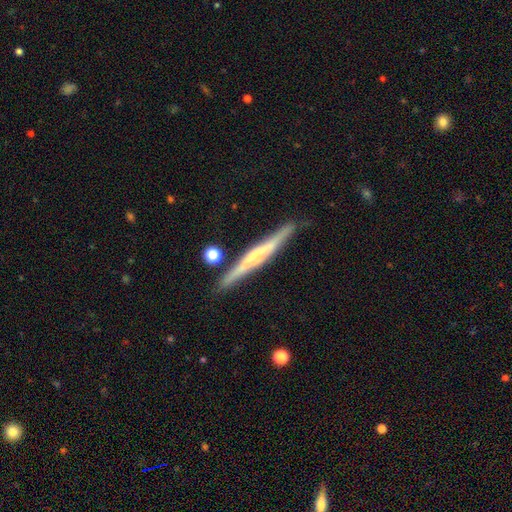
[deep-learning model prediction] A featured or disk galaxy (69%) viewed edge-on (97%) with a rounded central bulge (52%).

Vote fractions:
- Smooth or featured? featured or disk: 69% / smooth: 25% / star or artifact: 6%
- Edge-on disk? yes: 97% / no: 3%
- Edge-on bulge? rounded: 52% / none: 29% / boxy: 20%
- Merging? none: 86% / minor disturbance: 9% / merger: 3% / major disturbance: 2%